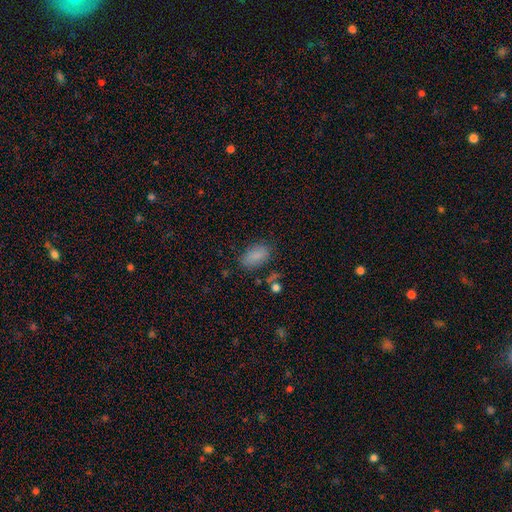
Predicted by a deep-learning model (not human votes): A smooth galaxy with no disk features (84%) that is in between round and cigar-shaped (92%). Merging: none (78%).